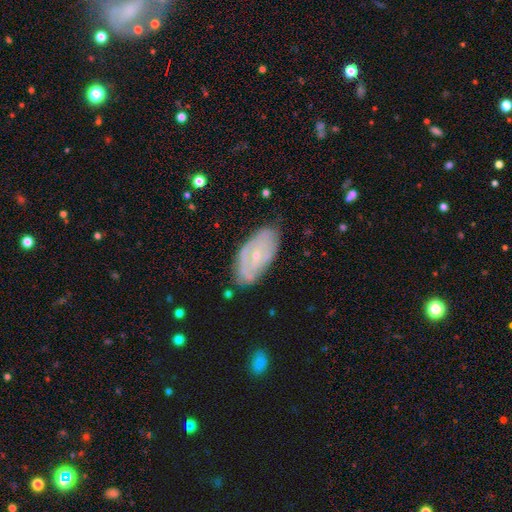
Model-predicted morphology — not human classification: A featured or disk galaxy (68%) with no bar (67%), spiral arms (72%) and a small central bulge (75%).

Vote fractions:
- Smooth or featured? featured or disk: 68% / smooth: 25% / star or artifact: 7%
- Edge-on disk? no: 92% / yes: 8%
- Bar? no: 67% / weak: 26% / strong: 6%
- Spiral arms? yes: 72% / no: 28%
- Bulge size? small: 75% / moderate: 22% / none: 2% / large: 1% / dominant: 1%
- Merging? none: 69% / minor disturbance: 23% / major disturbance: 6% / merger: 2%